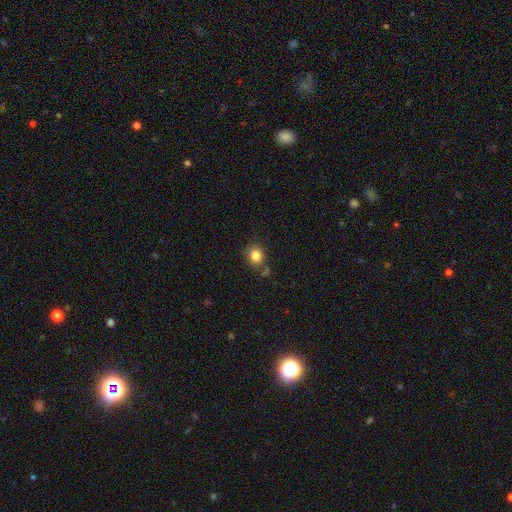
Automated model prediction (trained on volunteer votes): Morphology: type=smooth (83%); roundness=round (72%); merging=none (72%).